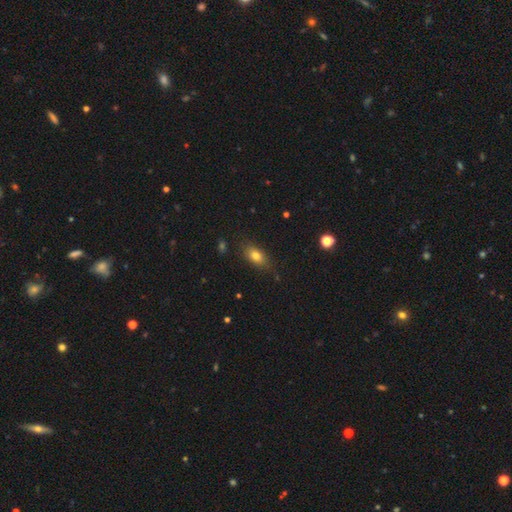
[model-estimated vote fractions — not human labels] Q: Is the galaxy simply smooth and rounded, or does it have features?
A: smooth — 78%.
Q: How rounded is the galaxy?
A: in between — 81%.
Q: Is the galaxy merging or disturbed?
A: none — 77%.